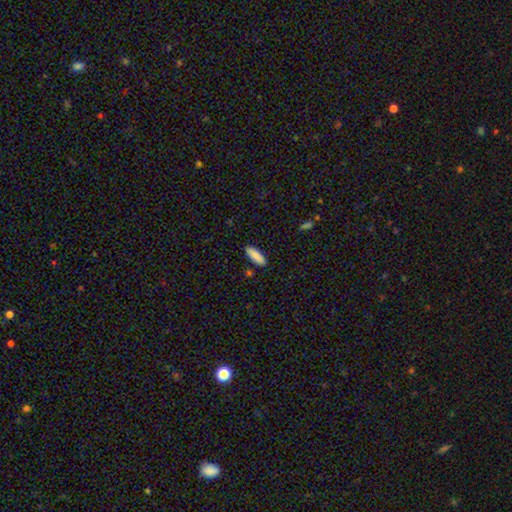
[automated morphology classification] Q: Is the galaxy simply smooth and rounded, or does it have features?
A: smooth — 89%.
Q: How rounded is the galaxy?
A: in between — 54%.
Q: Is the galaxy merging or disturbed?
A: none — 88%.